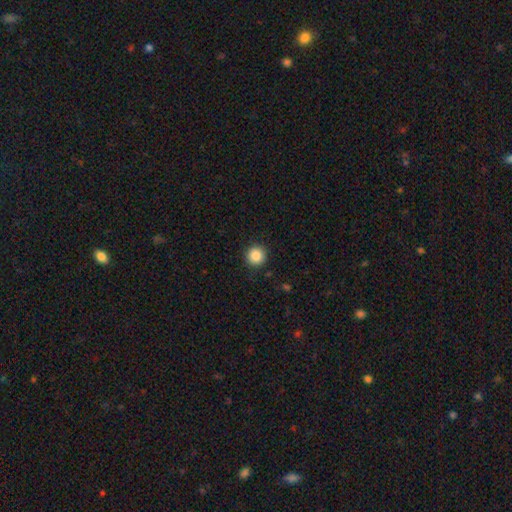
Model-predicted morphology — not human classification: Q: Smooth or featured?
A: smooth (86%); runner-up: star or artifact (10%)
Q: How rounded?
A: round (95%); runner-up: in between (4%)
Q: Merging?
A: none (92%); runner-up: minor disturbance (5%)